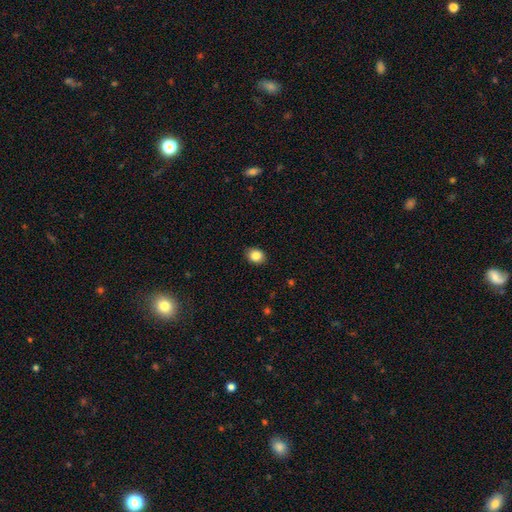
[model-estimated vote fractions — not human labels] The model was most divided on "how rounded": round: 52%, in between: 47%, cigar-shaped: 1%. More confident: merging — none (88%); smooth or featured — smooth (86%).